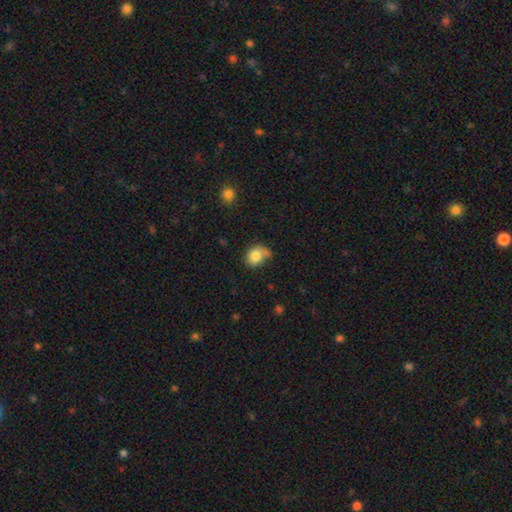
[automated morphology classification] Smooth or featured: smooth — 80% (featured or disk — 12%)
How rounded: round — 53% (in between — 46%)
Merging: none — 51% (minor disturbance — 27%)